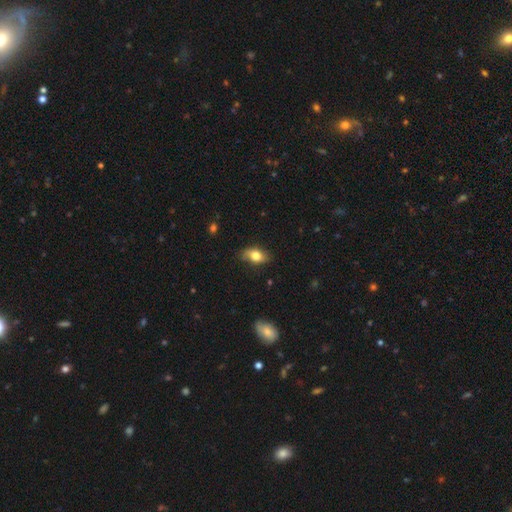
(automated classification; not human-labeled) Q: Smooth or featured?
A: smooth (76%); runner-up: featured or disk (16%)
Q: How rounded?
A: in between (86%); runner-up: round (10%)
Q: Merging?
A: none (75%); runner-up: minor disturbance (20%)